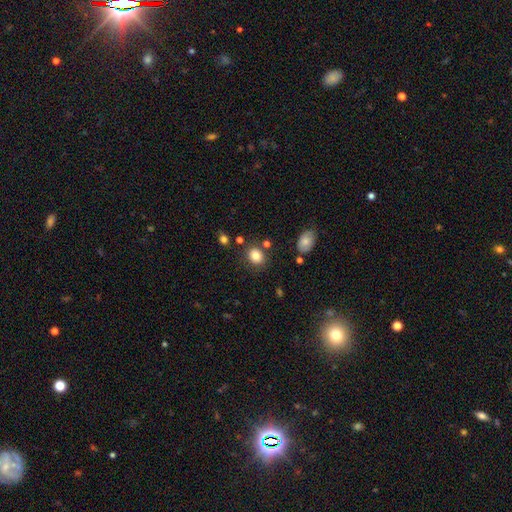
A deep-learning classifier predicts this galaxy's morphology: This is clearly a smooth galaxy (81%). How rounded: likely round (62%). Merging: clearly none (80%).